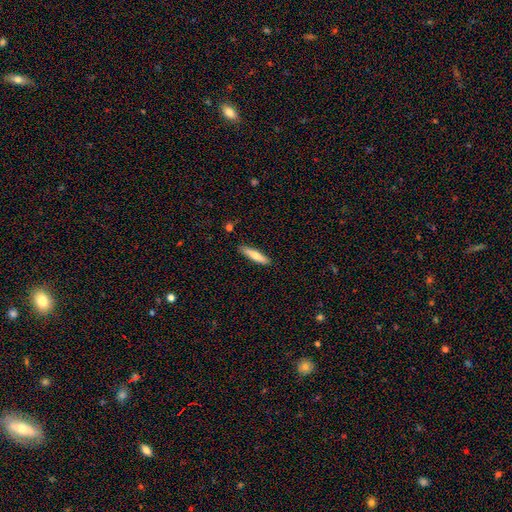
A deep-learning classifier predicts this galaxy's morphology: A smooth galaxy with no disk features (72%) that is cigar-shaped (81%).

Vote fractions:
- Smooth or featured? smooth: 72% / featured or disk: 23% / star or artifact: 6%
- How rounded? cigar-shaped: 81% / in between: 18% / round: 1%
- Merging? none: 88% / minor disturbance: 9% / major disturbance: 2% / merger: 1%